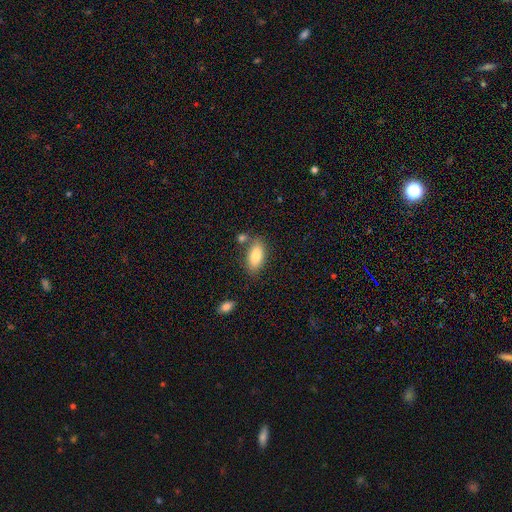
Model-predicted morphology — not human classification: Smooth or featured: smooth — 82% (featured or disk — 12%)
How rounded: in between — 89% (cigar-shaped — 8%)
Merging: none — 73% (minor disturbance — 14%)